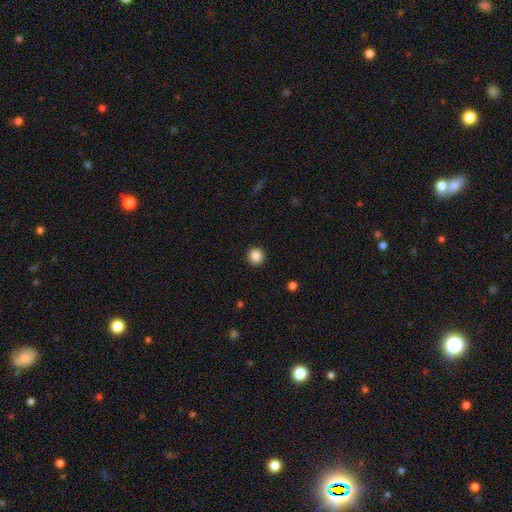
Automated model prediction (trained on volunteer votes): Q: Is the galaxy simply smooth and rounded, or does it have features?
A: smooth — 87%.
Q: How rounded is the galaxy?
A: round — 93%.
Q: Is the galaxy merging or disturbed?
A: none — 92%.